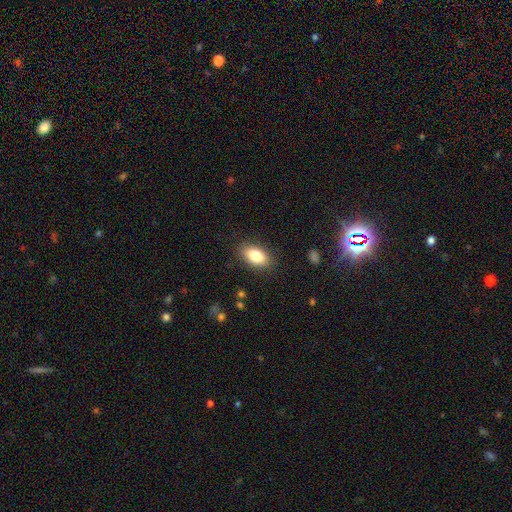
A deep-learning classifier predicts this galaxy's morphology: Smooth or featured? Predicted: smooth (p=0.82). How rounded? Predicted: in between (p=0.91). Merging? Predicted: none (p=0.86).